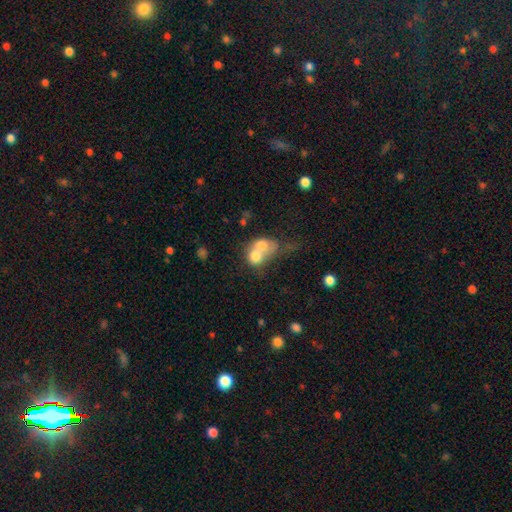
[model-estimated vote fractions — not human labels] Smooth or featured?
  - smooth: 65% *
  - featured or disk: 26%
  - star or artifact: 9%
How rounded?
  - round: 55% *
  - in between: 44%
  - cigar-shaped: 1%
Merging?
  - merger: 77% *
  - none: 13%
  - minor disturbance: 5%
  - major disturbance: 5%